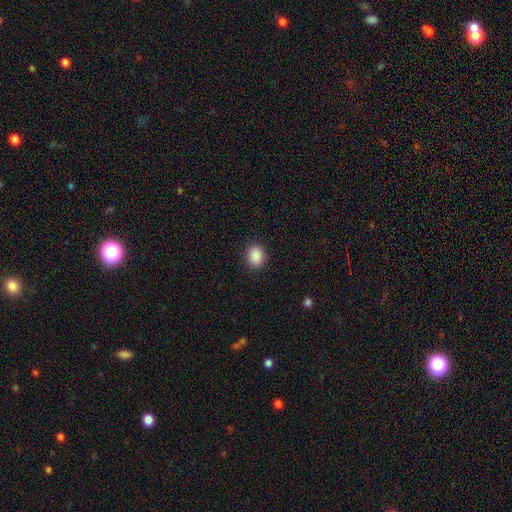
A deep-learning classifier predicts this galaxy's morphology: A smooth galaxy with no disk features (89%) that is round (65%).

Vote fractions:
- Smooth or featured? smooth: 89% / star or artifact: 8% / featured or disk: 2%
- How rounded? round: 65% / in between: 34% / cigar-shaped: 1%
- Merging? none: 89% / minor disturbance: 7% / major disturbance: 2% / merger: 1%